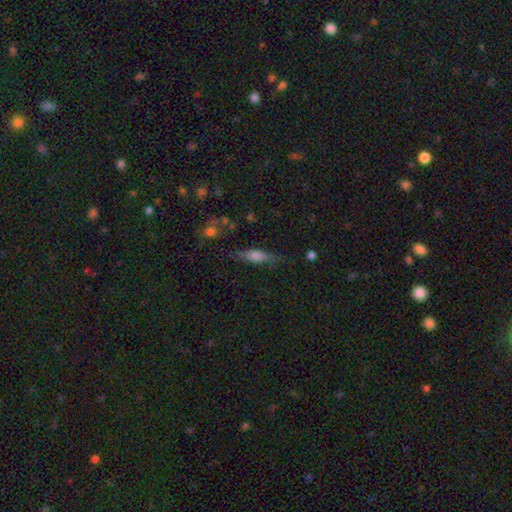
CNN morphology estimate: Smooth or featured? smooth (50%)
Merging? none (77%)